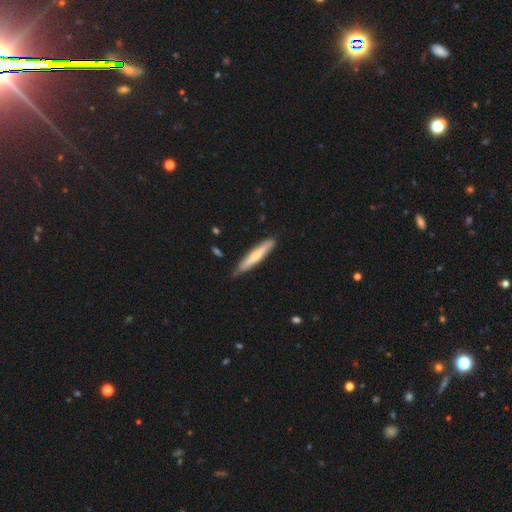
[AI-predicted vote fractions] This is possibly a smooth galaxy (52%). How rounded: clearly cigar-shaped (90%). Merging: clearly none (82%).